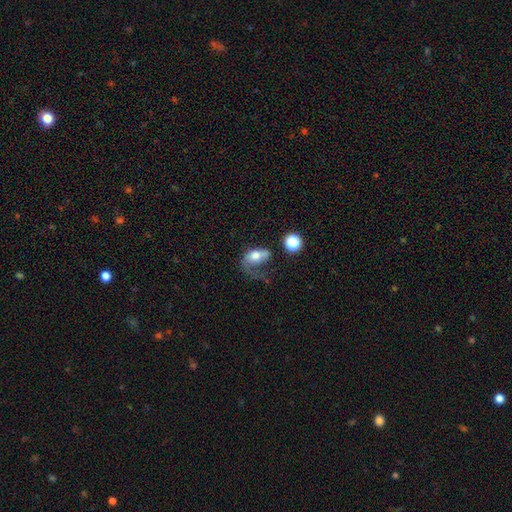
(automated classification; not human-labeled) A smooth galaxy with no disk features (51%) that is in between round and cigar-shaped (75%).

Vote fractions:
- Smooth or featured? smooth: 51% / featured or disk: 39% / star or artifact: 10%
- How rounded? in between: 75% / round: 21% / cigar-shaped: 3%
- Merging? major disturbance: 55% / none: 19% / minor disturbance: 17% / merger: 9%